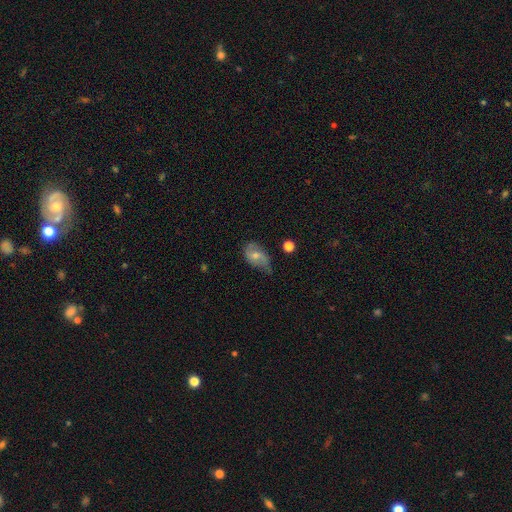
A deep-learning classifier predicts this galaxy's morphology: Smooth or featured?
  - featured or disk: 51% *
  - smooth: 41%
  - star or artifact: 8%
Edge-on disk?
  - no: 95% *
  - yes: 5%
Merging?
  - none: 47% *
  - minor disturbance: 37%
  - major disturbance: 14%
  - merger: 3%